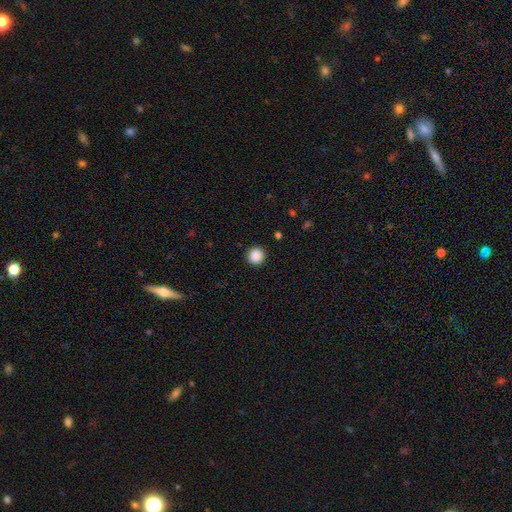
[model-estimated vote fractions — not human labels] Smooth or featured: smooth — 88% (star or artifact — 9%)
How rounded: round — 94% (in between — 5%)
Merging: none — 92% (minor disturbance — 5%)